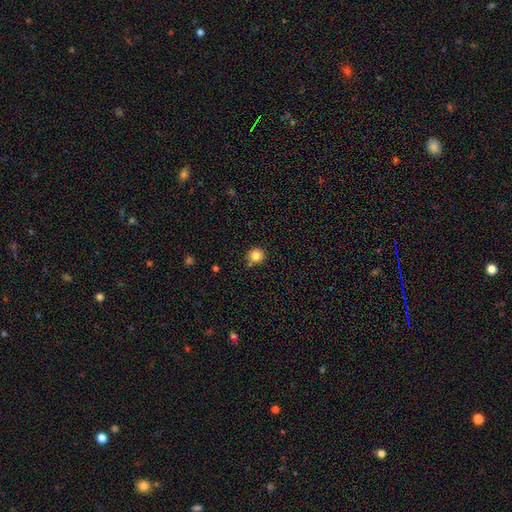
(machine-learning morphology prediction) smooth 84%, star or artifact 11%, featured or disk 5%. Down the decision tree: how rounded — round (89%); merging — none (74%).